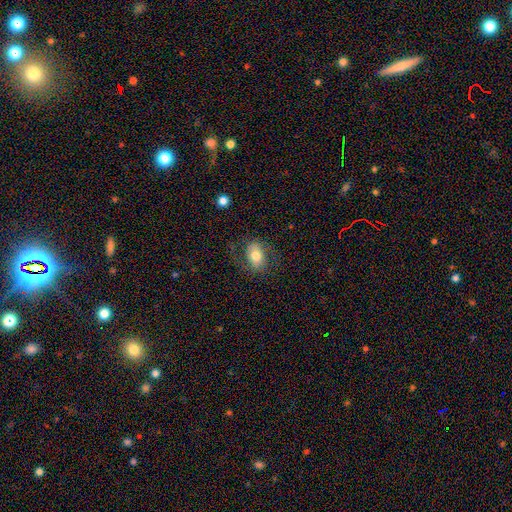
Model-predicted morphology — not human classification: smooth_or_featured: smooth (p=0.58) [alt: featured or disk p=0.34]
how_rounded: in between (p=0.77) [alt: round p=0.21]
merging: none (p=0.68) [alt: minor disturbance p=0.17]